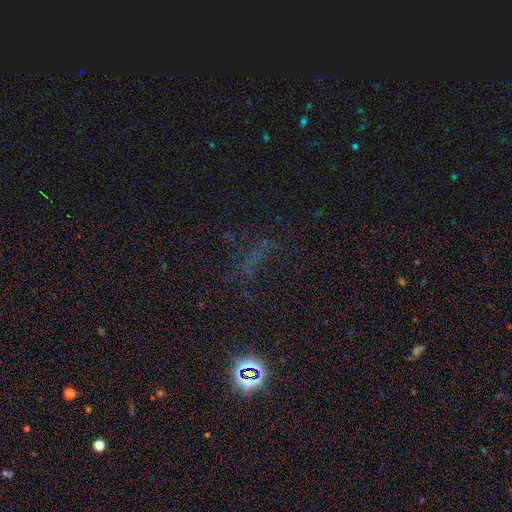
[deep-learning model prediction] Smooth or featured? star or artifact (62%)